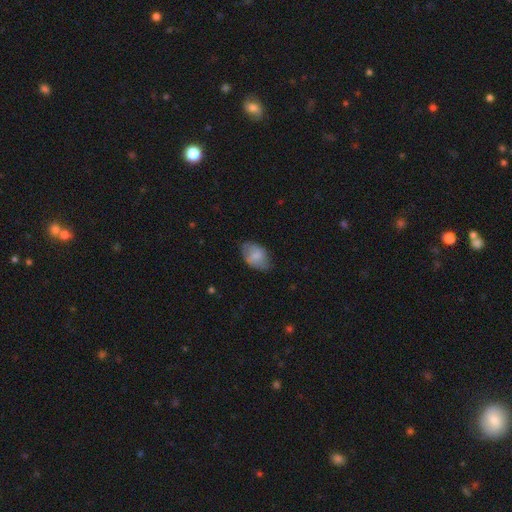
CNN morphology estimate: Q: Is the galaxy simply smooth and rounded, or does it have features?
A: smooth — 68%.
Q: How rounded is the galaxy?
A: in between — 89%.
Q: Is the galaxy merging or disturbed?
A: none — 70%.